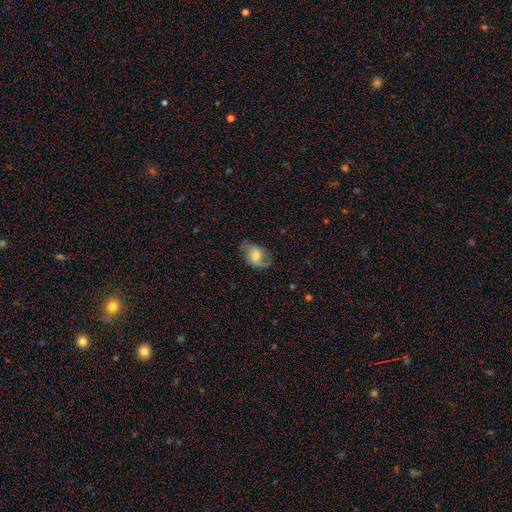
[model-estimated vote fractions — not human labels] The model was most divided on "bulge size": moderate: 56%, small: 33%, large: 7%, none: 2%, dominant: 1%. More confident: edge-on disk — no (96%); spiral arms — yes (88%); merging — none (69%); bar — no (60%); smooth or featured — featured or disk (59%).